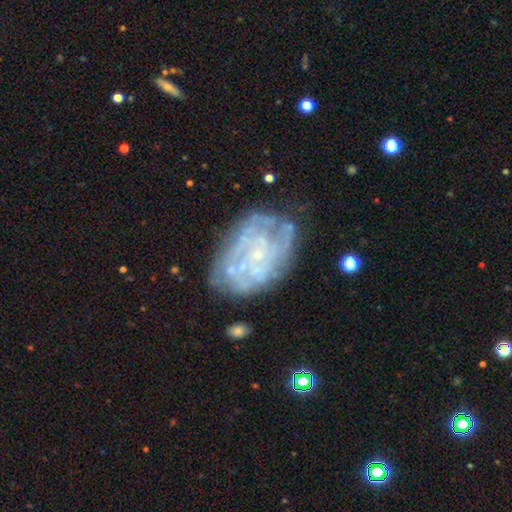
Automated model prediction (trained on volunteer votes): This is likely a featured or disk galaxy (78%). It is clearly not viewed edge-on (97%). Bar: clearly no (81%). Spiral arm pattern: possibly yes (60%). Central bulge: likely small (74%). Merging: likely none (60%).